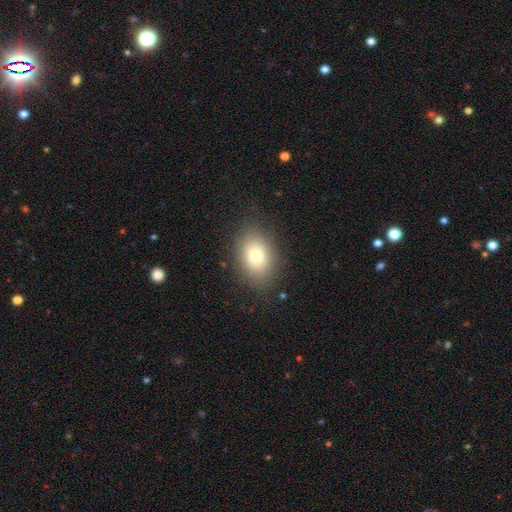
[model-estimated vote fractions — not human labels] This appears to be a smooth galaxy with no disk features (79%) that is in between round and cigar-shaped (80%). Merging: none (84%).